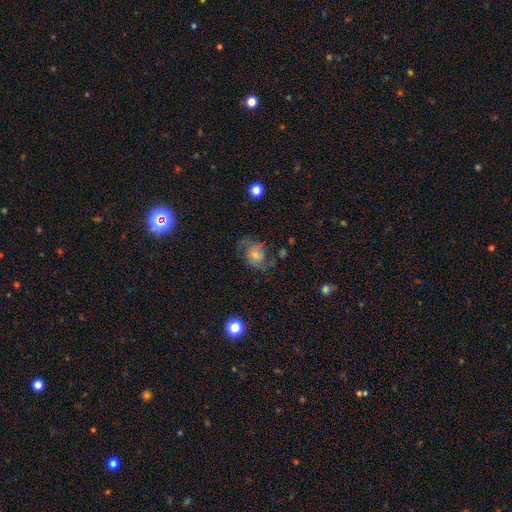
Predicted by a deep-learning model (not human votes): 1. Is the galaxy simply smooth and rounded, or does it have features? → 55% featured or disk, 27% smooth, 18% star or artifact.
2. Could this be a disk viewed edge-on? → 97% no, 3% yes.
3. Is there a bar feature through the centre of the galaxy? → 59% no, 34% weak, 7% strong.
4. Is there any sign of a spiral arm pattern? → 79% yes, 21% no.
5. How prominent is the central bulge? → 45% small, 30% moderate, 17% none, 6% large, 2% dominant.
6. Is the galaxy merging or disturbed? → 56% none, 20% minor disturbance, 20% major disturbance, 4% merger.